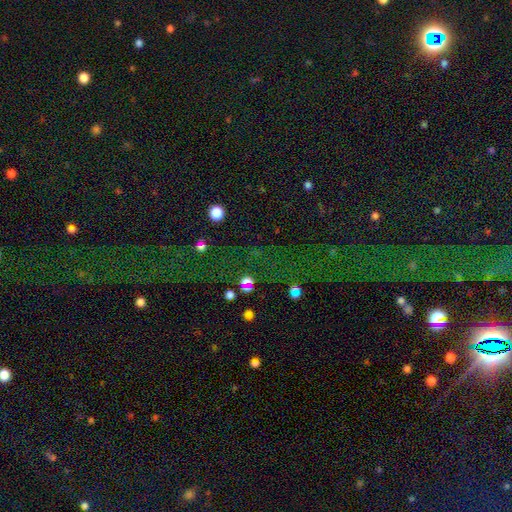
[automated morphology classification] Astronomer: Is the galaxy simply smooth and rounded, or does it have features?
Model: star or artifact — 79%.